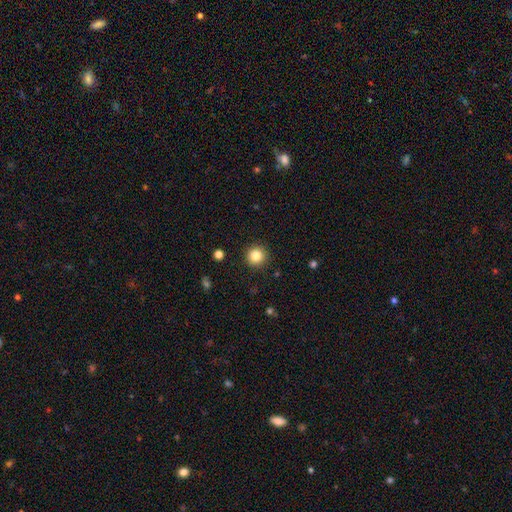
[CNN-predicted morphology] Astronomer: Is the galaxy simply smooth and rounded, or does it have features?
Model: smooth — 84%.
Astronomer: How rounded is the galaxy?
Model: round — 95%.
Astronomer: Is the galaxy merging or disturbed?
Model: none — 92%.